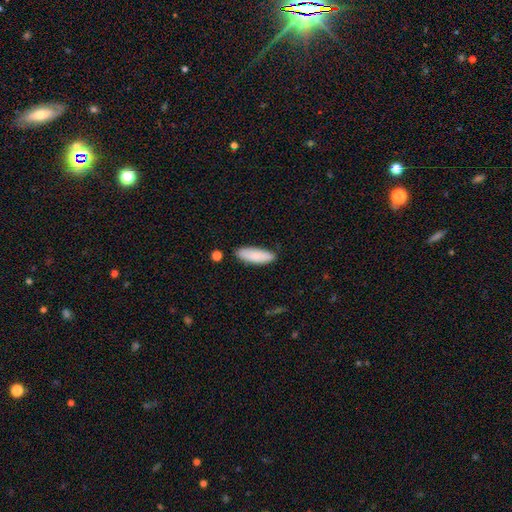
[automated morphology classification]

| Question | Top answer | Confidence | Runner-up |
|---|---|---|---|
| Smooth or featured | smooth | 87% | featured or disk (8%) |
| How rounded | in between | 57% | cigar-shaped (42%) |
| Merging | none | 84% | minor disturbance (12%) |